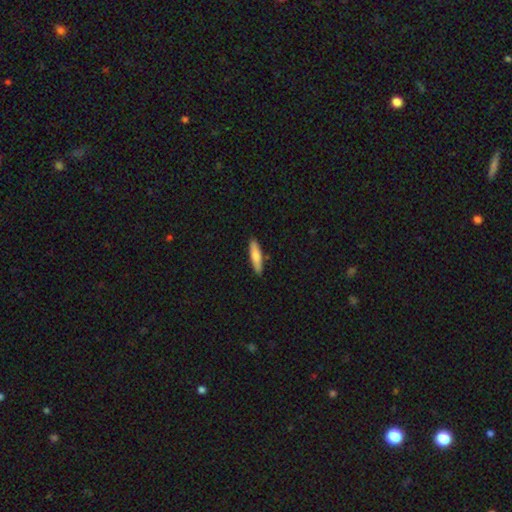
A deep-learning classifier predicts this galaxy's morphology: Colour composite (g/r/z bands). It shows a smooth galaxy with no disk features (74%) that is cigar-shaped (76%). Merging: none (87%).